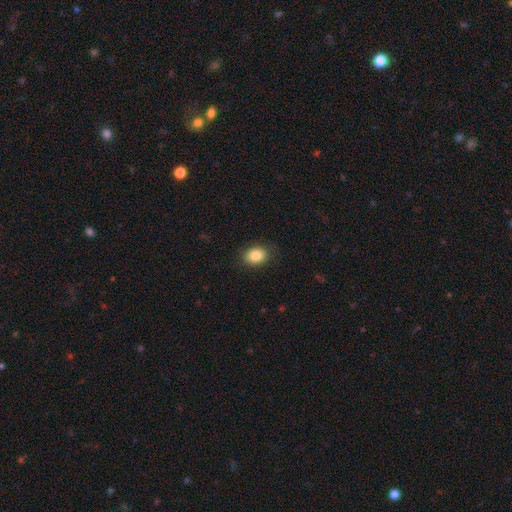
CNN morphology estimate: smooth 85%, star or artifact 9%, featured or disk 6%. Down the decision tree: how rounded — in between (66%); merging — none (86%).